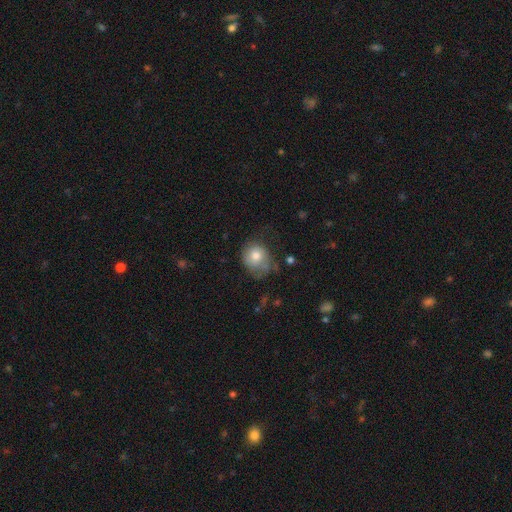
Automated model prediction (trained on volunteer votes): Overall: smooth (72%). How rounded: round (73%). Merging: none (47%; minor disturbance 32%).